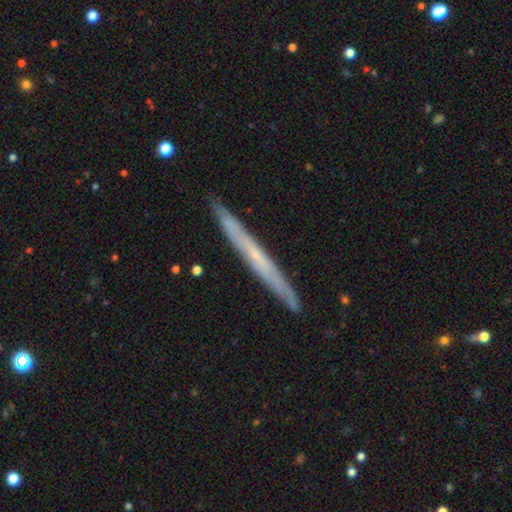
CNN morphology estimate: Overall: featured or disk (62%; smooth 32%). Edge-on disk: yes (94%). Edge-on bulge: none (81%). Merging: none (89%).